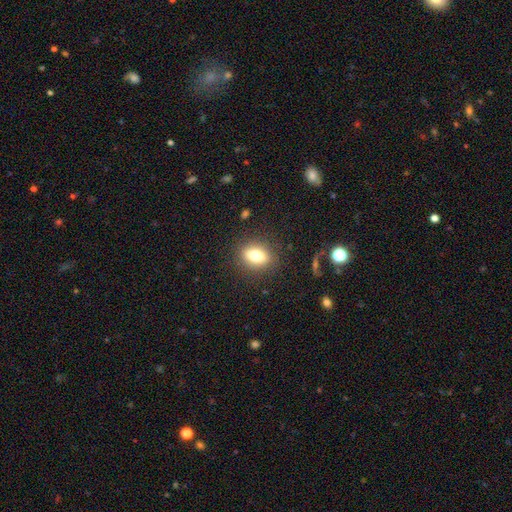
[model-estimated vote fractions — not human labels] Smooth or featured?
  - smooth: 73% *
  - featured or disk: 16%
  - star or artifact: 10%
How rounded?
  - in between: 65% *
  - round: 30%
  - cigar-shaped: 5%
Merging?
  - none: 87% *
  - minor disturbance: 9%
  - major disturbance: 3%
  - merger: 1%